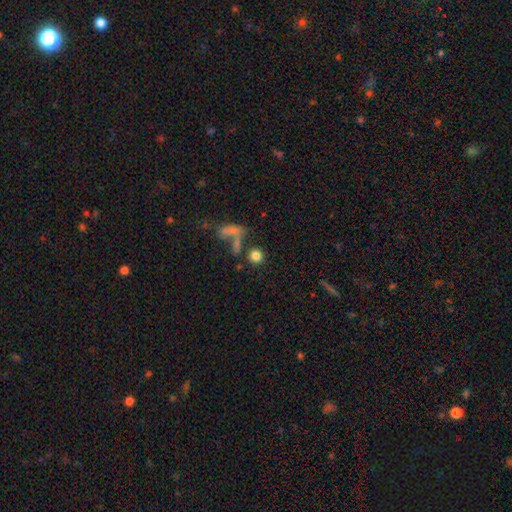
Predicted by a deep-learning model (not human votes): Smooth or featured? smooth (80%)
How rounded? round (82%)
Merging? none (70%)